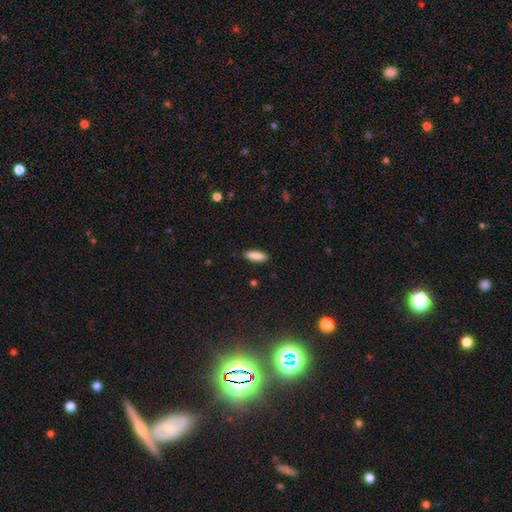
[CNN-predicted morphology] This is clearly a smooth galaxy (89%). How rounded: possibly in between (60%). Merging: clearly none (87%).